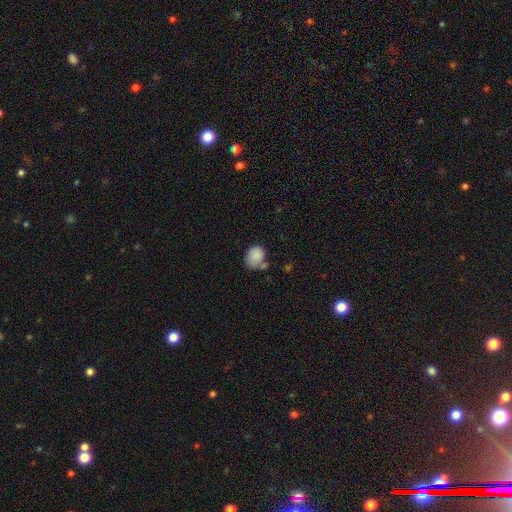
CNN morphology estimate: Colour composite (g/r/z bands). It shows a smooth galaxy with no disk features (85%) that is round (51%). Merging: none (49%).